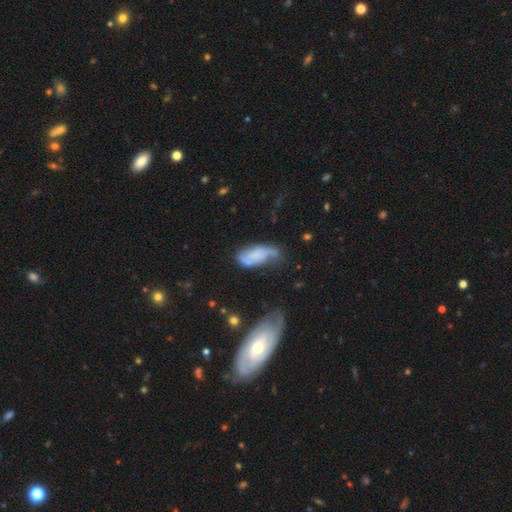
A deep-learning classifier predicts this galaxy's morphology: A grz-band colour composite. It shows a featured or disk galaxy (52%). Merging: none (40%).